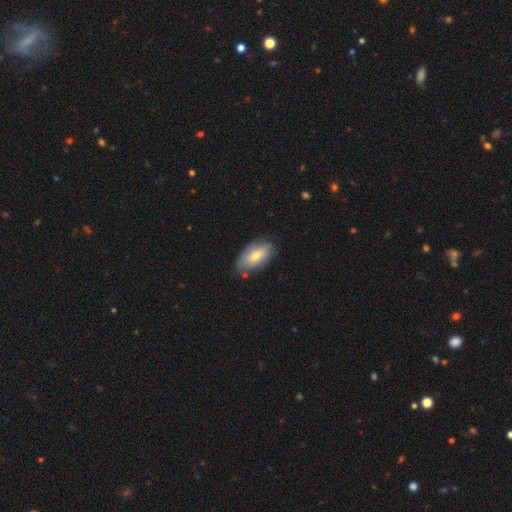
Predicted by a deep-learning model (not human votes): Q: Smooth or featured?
A: smooth (72%); runner-up: featured or disk (22%)
Q: How rounded?
A: in between (92%); runner-up: cigar-shaped (5%)
Q: Merging?
A: none (75%); runner-up: minor disturbance (19%)